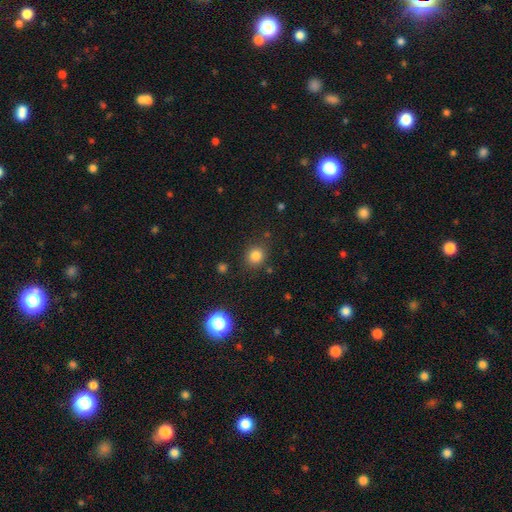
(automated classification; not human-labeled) The model was most divided on "how rounded": round: 80%, in between: 19%, cigar-shaped: 1%. More confident: merging — none (83%); smooth or featured — smooth (82%).